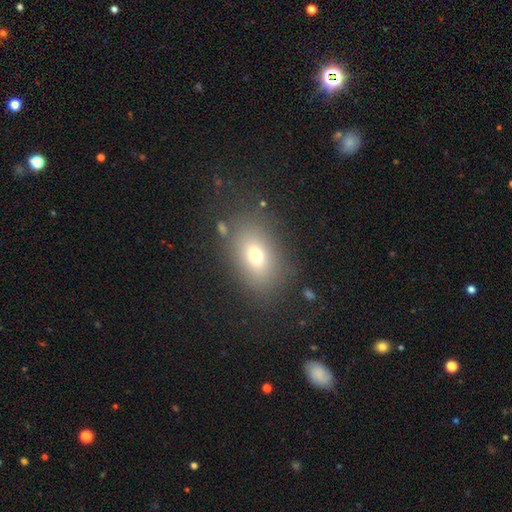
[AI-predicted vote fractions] A smooth galaxy with no disk features (69%) that is in between round and cigar-shaped (77%).

Vote fractions:
- Smooth or featured? smooth: 69% / featured or disk: 16% / star or artifact: 15%
- How rounded? in between: 77% / round: 21% / cigar-shaped: 2%
- Merging? none: 78% / minor disturbance: 12% / major disturbance: 7% / merger: 3%